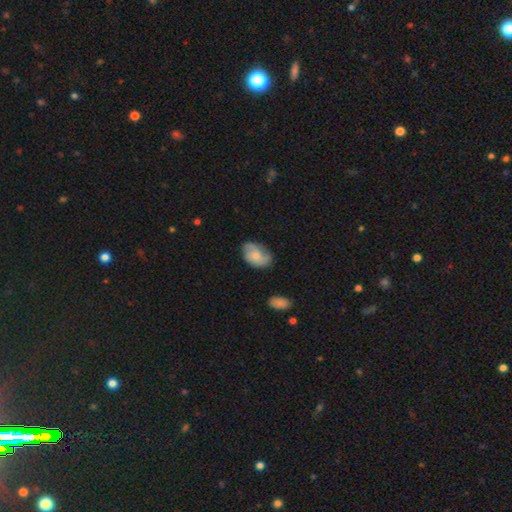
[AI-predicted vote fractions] Smooth or featured: smooth — 57% (featured or disk — 36%)
How rounded: in between — 85% (round — 14%)
Merging: none — 59% (minor disturbance — 30%)